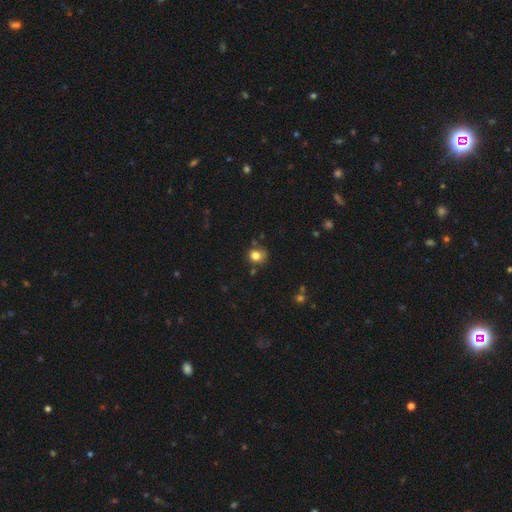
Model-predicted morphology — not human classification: smooth 80%, star or artifact 12%, featured or disk 8%. Down the decision tree: how rounded — round (82%); merging — none (73%).